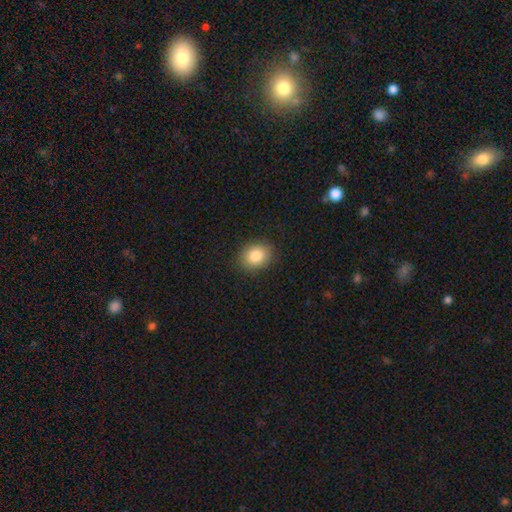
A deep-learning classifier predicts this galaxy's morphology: Smooth or featured? Predicted: smooth (p=0.84). How rounded? Predicted: in between (p=0.51). Merging? Predicted: none (p=0.88).